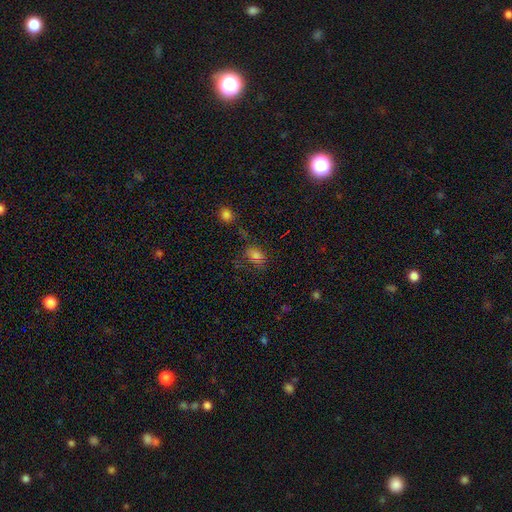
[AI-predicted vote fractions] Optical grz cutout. It shows a smooth galaxy with no disk features (70%) that is in between round and cigar-shaped (68%). Merging: none (59%).